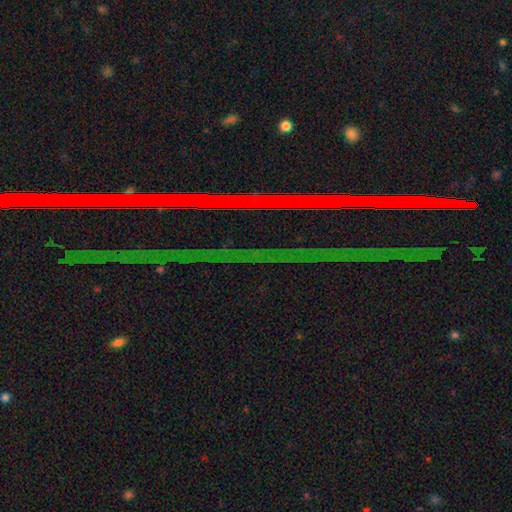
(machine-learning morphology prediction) Smooth or featured?
  - star or artifact: 84% *
  - featured or disk: 10%
  - smooth: 6%